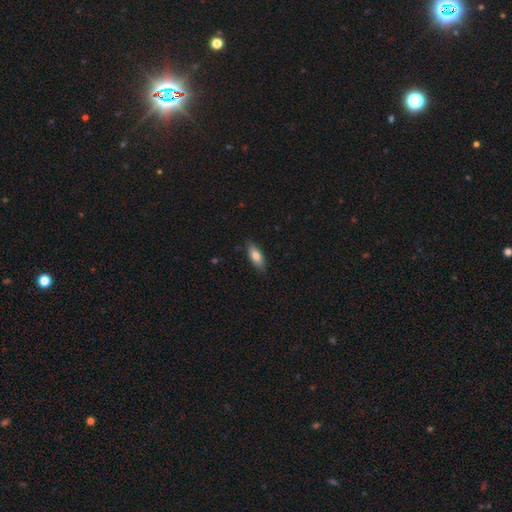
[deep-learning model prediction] A smooth galaxy with no disk features (77%) that is in between round and cigar-shaped (72%).

Vote fractions:
- Smooth or featured? smooth: 77% / featured or disk: 16% / star or artifact: 6%
- How rounded? in between: 72% / cigar-shaped: 26% / round: 2%
- Merging? none: 83% / minor disturbance: 13% / major disturbance: 2% / merger: 1%